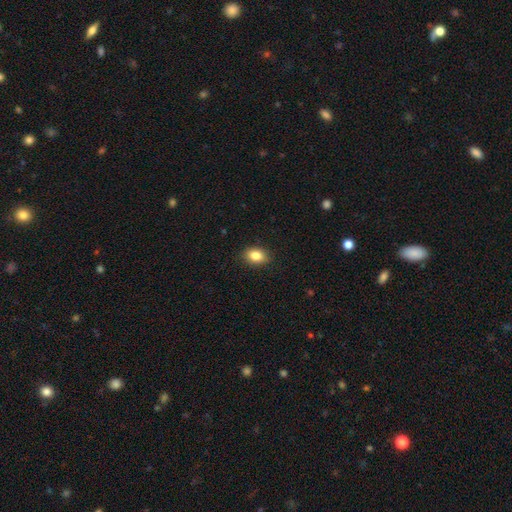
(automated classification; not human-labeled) Smooth or featured? Predicted: smooth (p=0.85). How rounded? Predicted: in between (p=0.76). Merging? Predicted: none (p=0.88).